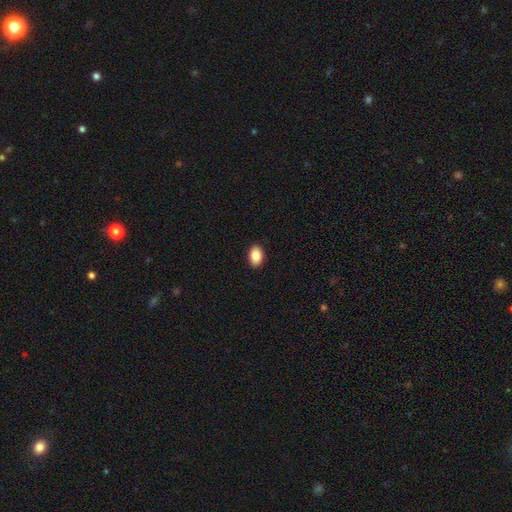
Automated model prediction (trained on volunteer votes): This appears to be a smooth galaxy with no disk features (87%) that is in between round and cigar-shaped (87%). Merging: none (91%).